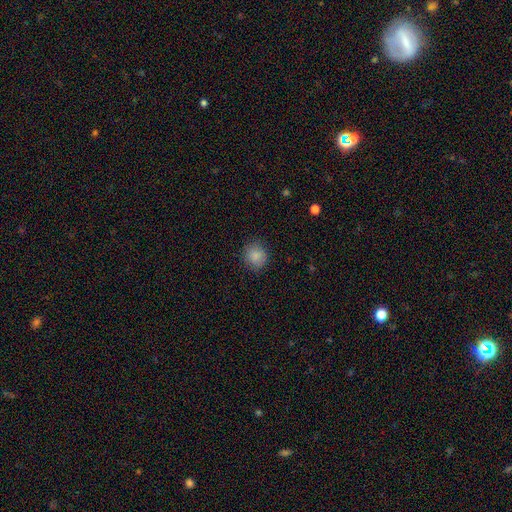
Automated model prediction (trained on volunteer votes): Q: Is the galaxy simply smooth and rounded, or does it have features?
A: smooth — 86%.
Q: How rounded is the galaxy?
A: round — 87%.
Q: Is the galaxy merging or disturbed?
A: none — 86%.